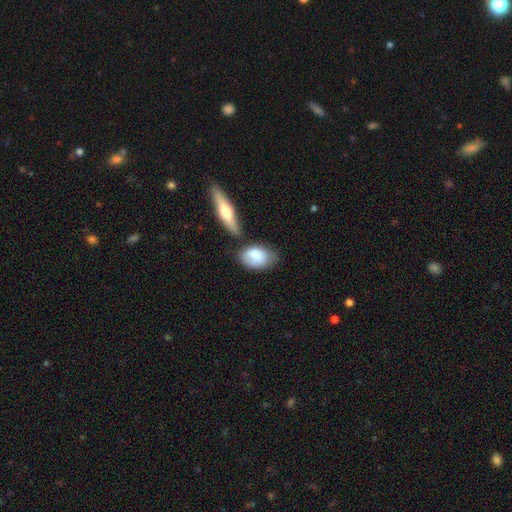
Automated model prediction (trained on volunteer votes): smooth-or-featured: smooth: 80% | featured or disk: 14% | star or artifact: 6%
  how-rounded: in between: 89% | round: 8% | cigar-shaped: 3%
  merging: none: 53% | minor disturbance: 23% | merger: 18% | major disturbance: 7%